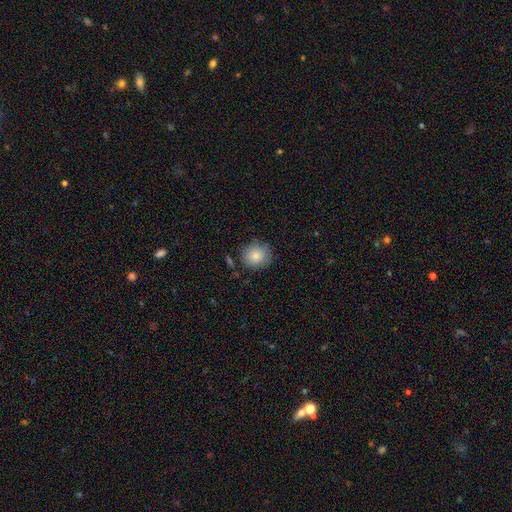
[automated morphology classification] smooth_or_featured: smooth (p=0.83) [alt: featured or disk p=0.08]
how_rounded: round (p=0.86) [alt: in between p=0.14]
merging: none (p=0.79) [alt: minor disturbance p=0.15]